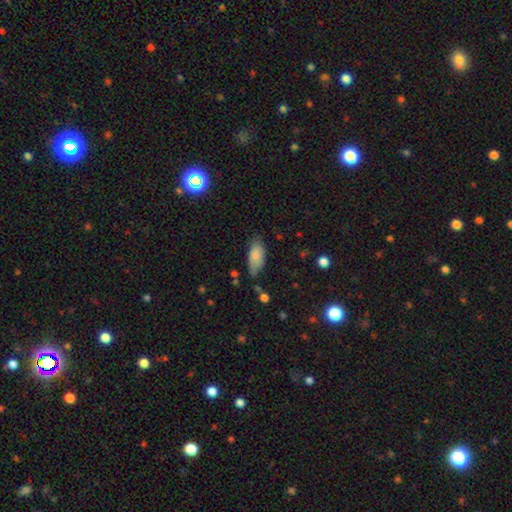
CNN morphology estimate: Smooth or featured?
  - smooth: 81% *
  - featured or disk: 12%
  - star or artifact: 7%
How rounded?
  - in between: 88% *
  - cigar-shaped: 9%
  - round: 2%
Merging?
  - none: 53% *
  - minor disturbance: 34%
  - major disturbance: 9%
  - merger: 4%